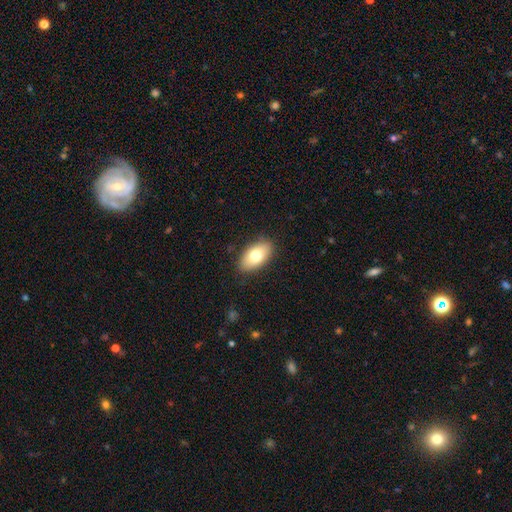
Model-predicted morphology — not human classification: Overall: smooth (76%). How rounded: in between (93%). Merging: none (87%).